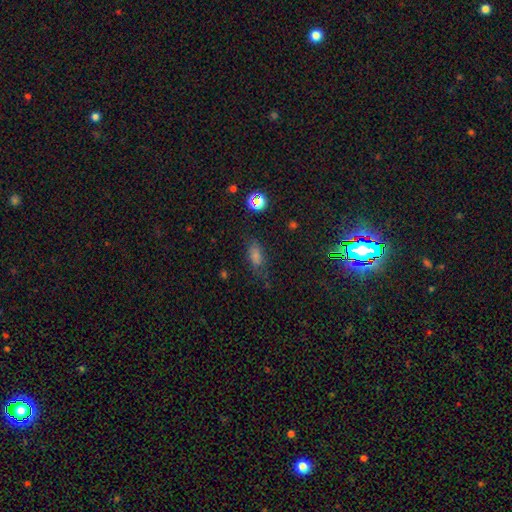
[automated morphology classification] Smooth or featured? Predicted: smooth (p=0.57). How rounded? Predicted: in between (p=0.72). Merging? Predicted: none (p=0.68).